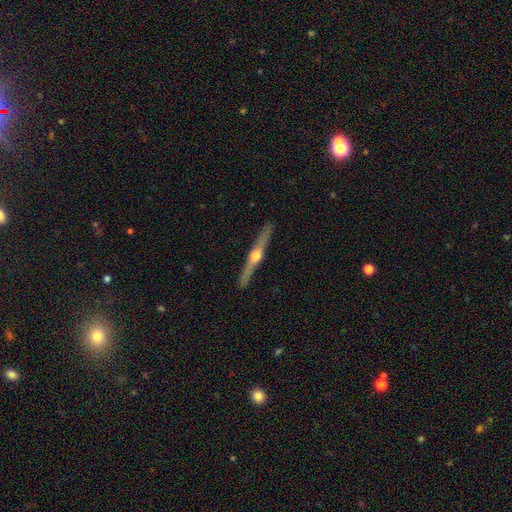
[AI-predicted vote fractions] Smooth or featured? Predicted: featured or disk (p=0.78). Edge-on disk? Predicted: yes (p=0.98). Edge-on bulge? Predicted: rounded (p=0.95). Merging? Predicted: none (p=0.91).